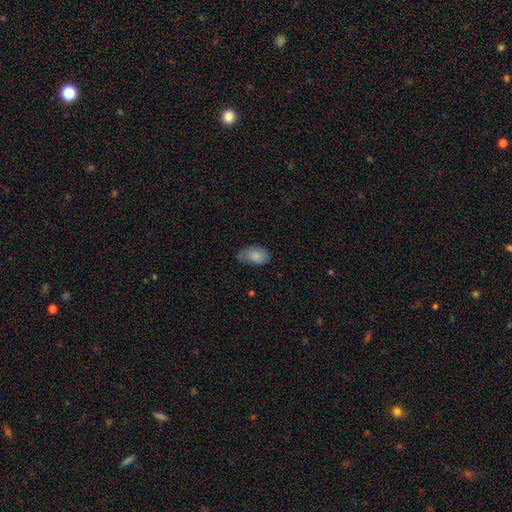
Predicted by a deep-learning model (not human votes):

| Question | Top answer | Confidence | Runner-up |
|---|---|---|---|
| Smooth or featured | smooth | 82% | featured or disk (11%) |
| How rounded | in between | 92% | round (6%) |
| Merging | none | 45% | minor disturbance (40%) |